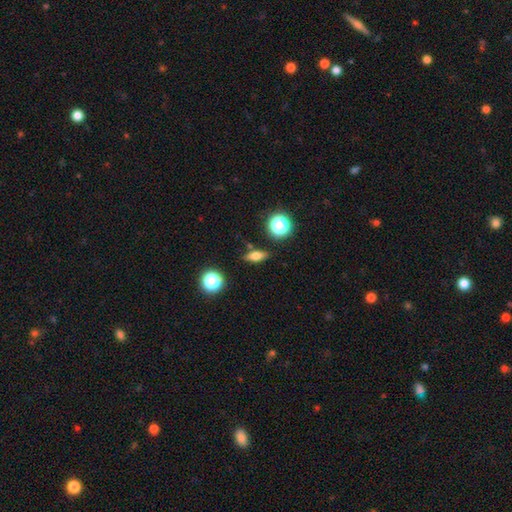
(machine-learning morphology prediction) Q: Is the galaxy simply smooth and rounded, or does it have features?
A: smooth — 63%.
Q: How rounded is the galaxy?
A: in between — 54%.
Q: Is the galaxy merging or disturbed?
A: none — 85%.